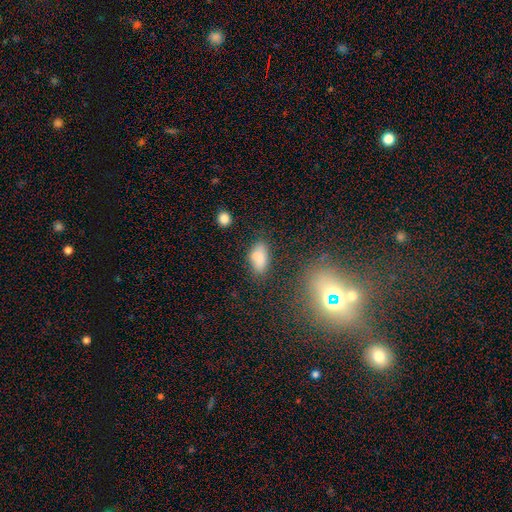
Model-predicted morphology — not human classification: smooth-or-featured: smooth: 78% | featured or disk: 12% | star or artifact: 10%
  how-rounded: in between: 89% | round: 6% | cigar-shaped: 5%
  merging: none: 60% | minor disturbance: 21% | merger: 12% | major disturbance: 7%